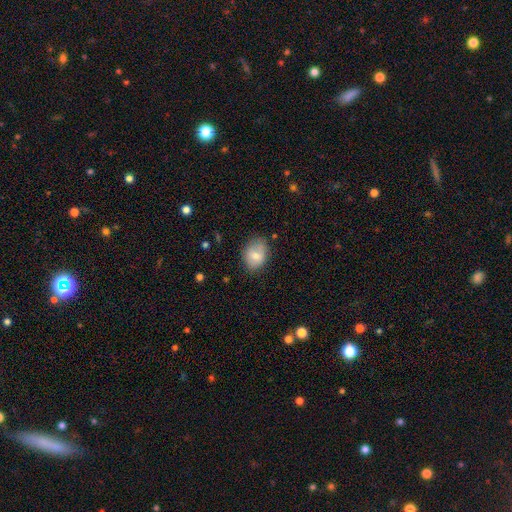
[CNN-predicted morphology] A smooth galaxy with no disk features (76%) that is in between round and cigar-shaped (68%). Merging: none (67%).